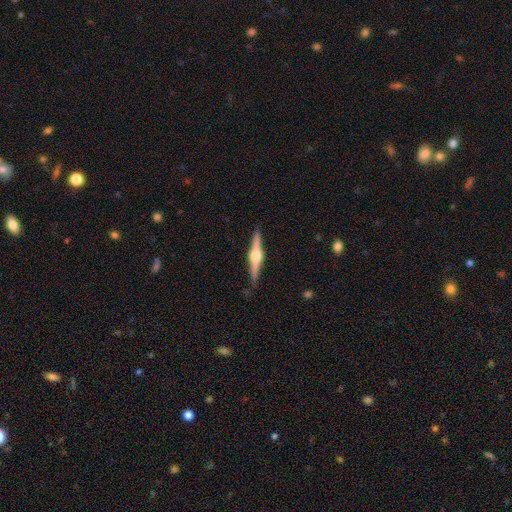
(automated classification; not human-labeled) The model was most divided on "smooth or featured": featured or disk: 79%, smooth: 16%, star or artifact: 5%. More confident: edge-on disk — yes (98%); edge-on bulge — rounded (93%); merging — none (89%).